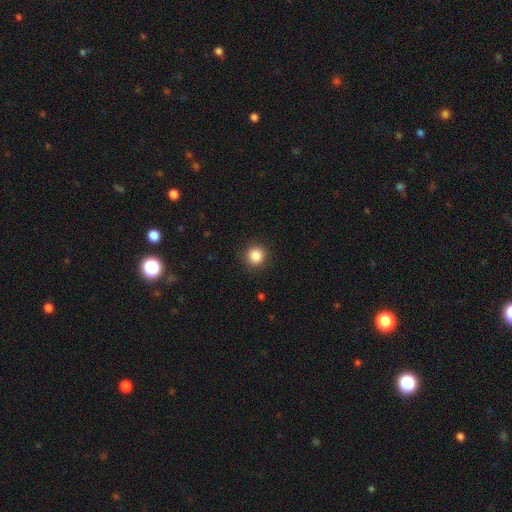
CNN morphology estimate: A smooth galaxy with no disk features (86%) that is round (94%). Merging: none (91%).